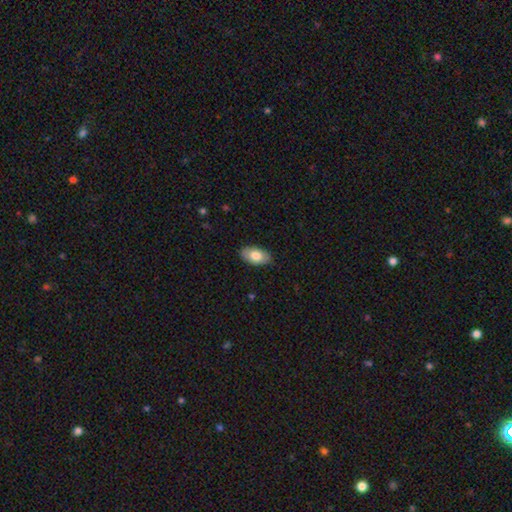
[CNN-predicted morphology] smooth-or-featured: smooth: 76% | featured or disk: 18% | star or artifact: 6%
  how-rounded: in between: 94% | round: 4% | cigar-shaped: 2%
  merging: none: 87% | minor disturbance: 10% | major disturbance: 2% | merger: 1%